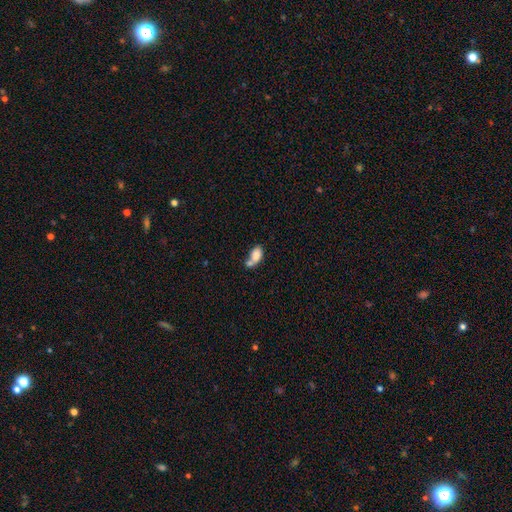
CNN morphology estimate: Smooth or featured?
  - smooth: 79% *
  - featured or disk: 12%
  - star or artifact: 8%
How rounded?
  - in between: 88% *
  - round: 9%
  - cigar-shaped: 3%
Merging?
  - merger: 55% *
  - none: 25%
  - minor disturbance: 12%
  - major disturbance: 8%